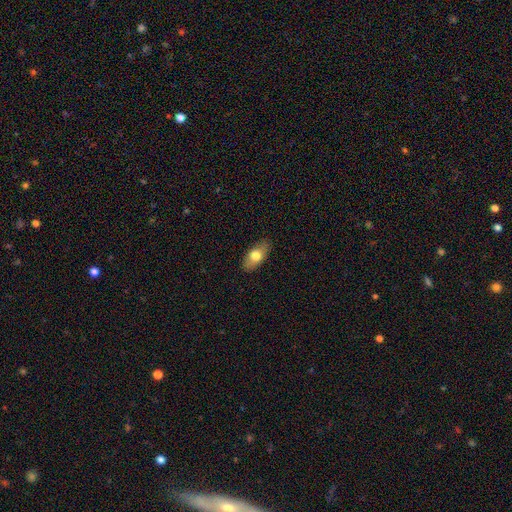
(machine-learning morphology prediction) The model was most divided on "smooth or featured": smooth: 73%, featured or disk: 20%, star or artifact: 7%. More confident: how rounded — in between (88%); merging — none (85%).